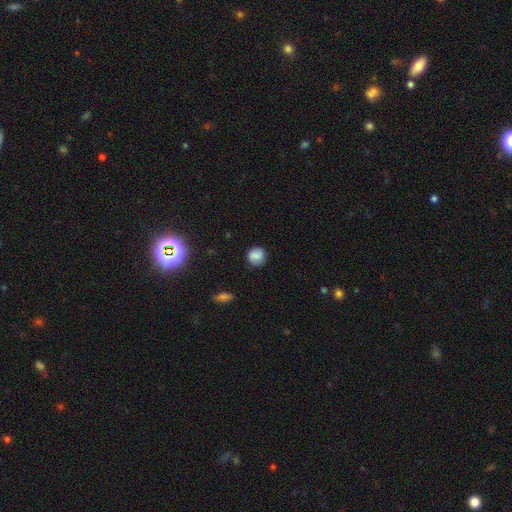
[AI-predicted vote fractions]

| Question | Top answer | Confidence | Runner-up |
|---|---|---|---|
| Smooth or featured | smooth | 72% | featured or disk (18%) |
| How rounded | round | 86% | in between (13%) |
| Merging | none | 82% | minor disturbance (13%) |